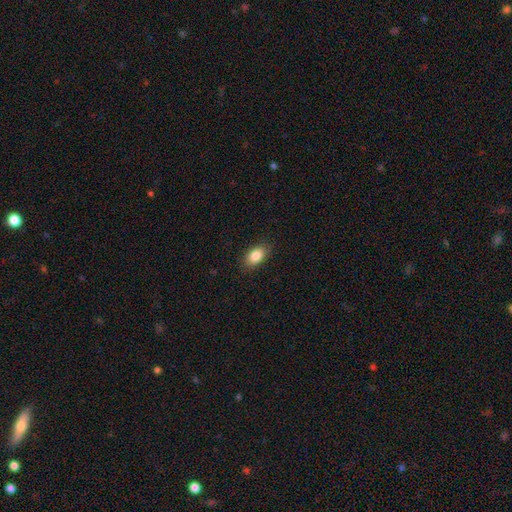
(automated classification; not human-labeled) smooth_or_featured: smooth (p=0.86) [alt: star or artifact p=0.08]
how_rounded: in between (p=0.90) [alt: round p=0.08]
merging: none (p=0.87) [alt: minor disturbance p=0.10]